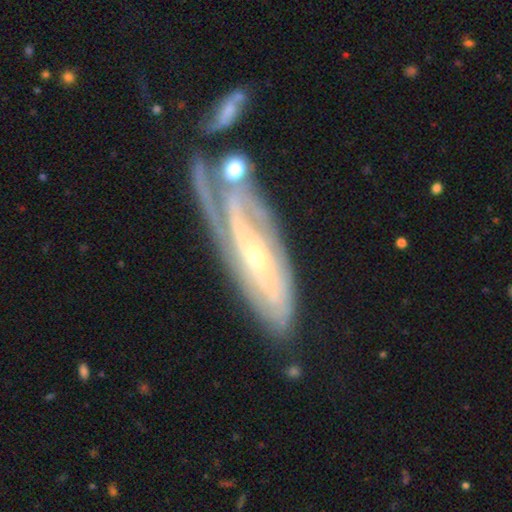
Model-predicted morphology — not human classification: The model was most divided on "spiral arm count": can't tell: 44%, 2: 28%, 3: 11%, 1: 7%, 4: 5%, more than 4: 4%. Remaining: spiral arms — yes (90%); edge-on disk — no (83%); smooth or featured — featured or disk (82%); bulge size — small (76%); spiral winding — tight (64%); bar — no (63%); merging — none (48%).